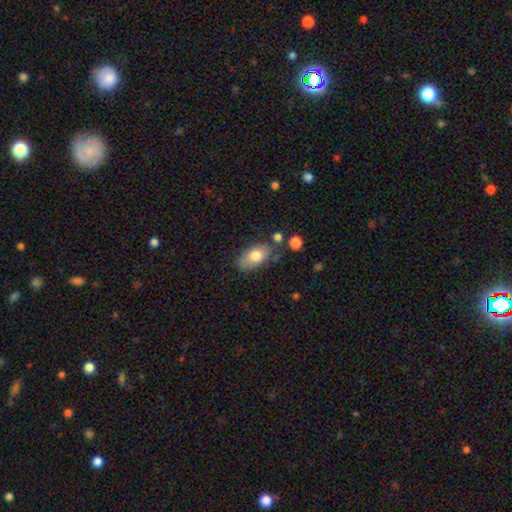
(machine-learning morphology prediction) A smooth galaxy with no disk features (74%) that is in between round and cigar-shaped (91%). Merging: none (70%).